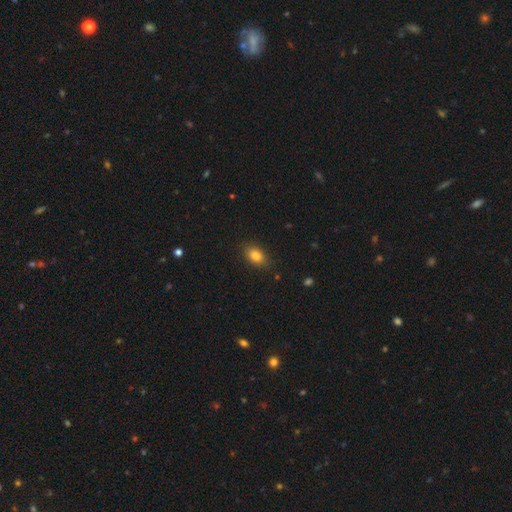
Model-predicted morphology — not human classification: smooth-or-featured: smooth: 83% | star or artifact: 9% | featured or disk: 8%
  how-rounded: in between: 83% | round: 15% | cigar-shaped: 2%
  merging: none: 86% | minor disturbance: 10% | major disturbance: 2% | merger: 1%